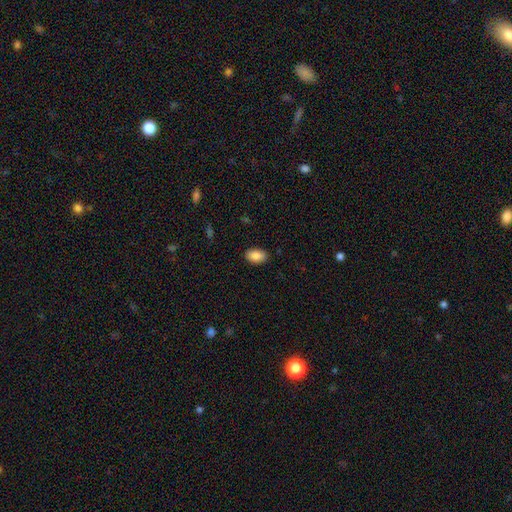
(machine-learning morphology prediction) Overall: smooth (85%). How rounded: in between (90%). Merging: none (88%).